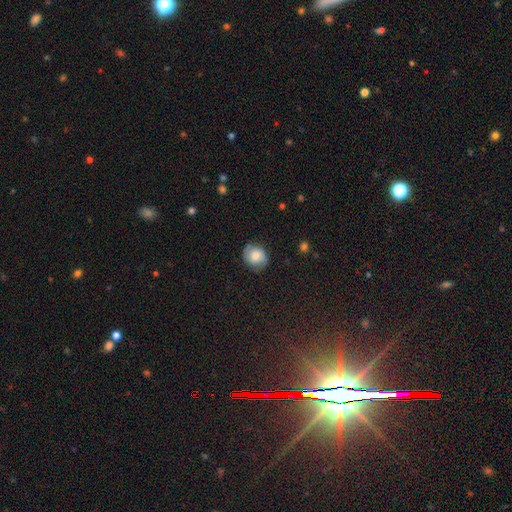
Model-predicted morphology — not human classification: smooth_or_featured: smooth (p=0.67) [alt: featured or disk p=0.24]
how_rounded: round (p=0.63) [alt: in between p=0.36]
merging: none (p=0.78) [alt: minor disturbance p=0.16]